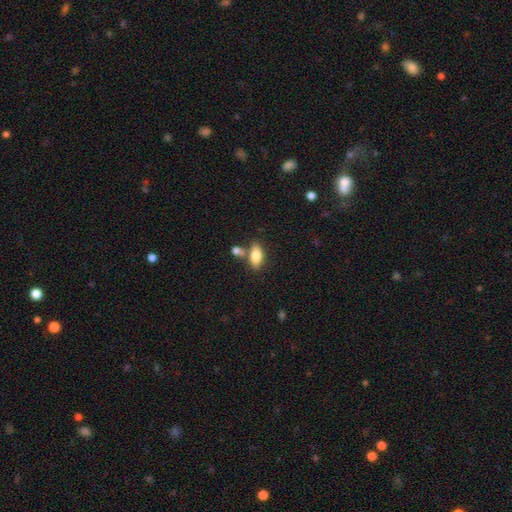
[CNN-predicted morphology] Smooth or featured: smooth — 80% (featured or disk — 13%)
How rounded: in between — 88% (cigar-shaped — 8%)
Merging: none — 63% (merger — 21%)